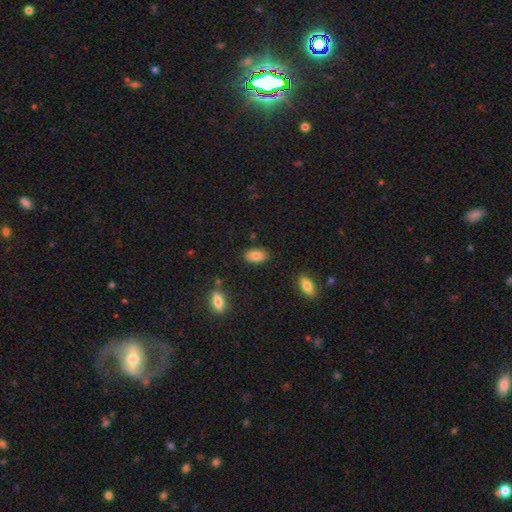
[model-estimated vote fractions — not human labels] Smooth or featured: smooth — 85% (star or artifact — 8%)
How rounded: in between — 92% (round — 4%)
Merging: none — 84% (minor disturbance — 11%)